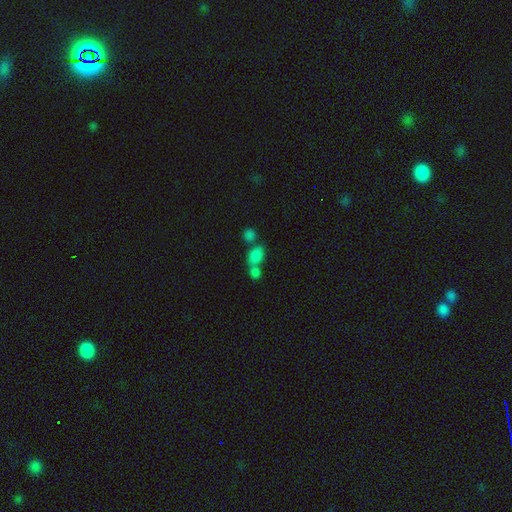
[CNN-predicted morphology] Smooth or featured: smooth — 80% (star or artifact — 12%)
How rounded: in between — 69% (round — 28%)
Merging: merger — 55% (none — 32%)